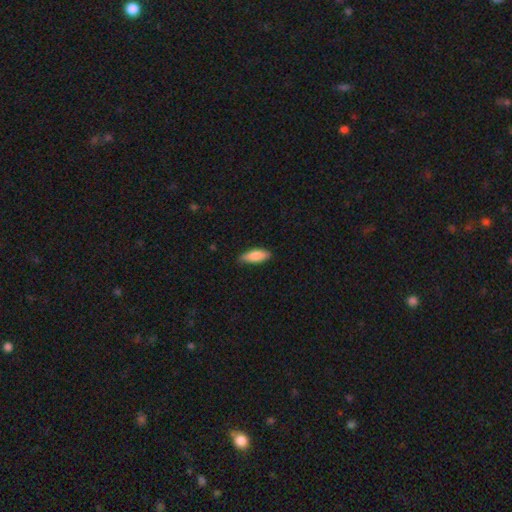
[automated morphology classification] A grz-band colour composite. It shows a smooth galaxy with no disk features (84%) that is in between round and cigar-shaped (74%). Merging: none (81%).